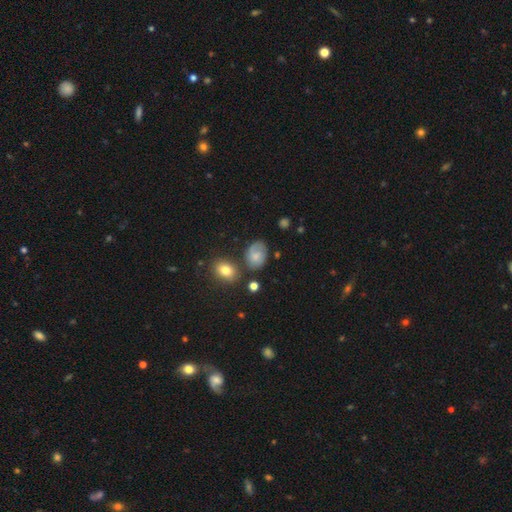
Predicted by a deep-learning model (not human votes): Smooth or featured?
  - smooth: 51% *
  - featured or disk: 39%
  - star or artifact: 10%
How rounded?
  - in between: 67% *
  - round: 32%
  - cigar-shaped: 1%
Merging?
  - none: 60% *
  - minor disturbance: 24%
  - major disturbance: 11%
  - merger: 5%